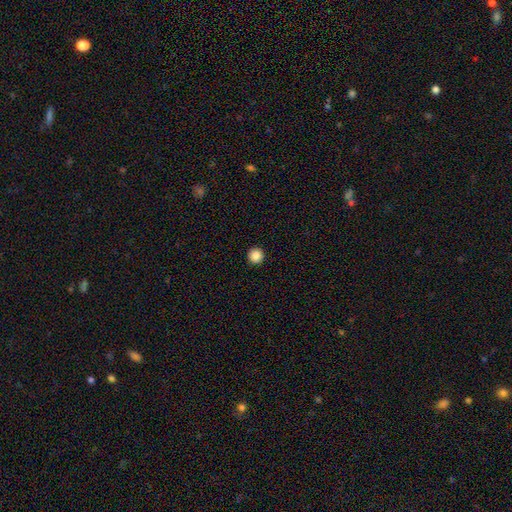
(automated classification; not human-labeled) Smooth or featured?
  - smooth: 87% *
  - star or artifact: 10%
  - featured or disk: 4%
How rounded?
  - round: 96% *
  - in between: 3%
  - cigar-shaped: 1%
Merging?
  - none: 94% *
  - minor disturbance: 4%
  - major disturbance: 1%
  - merger: 1%